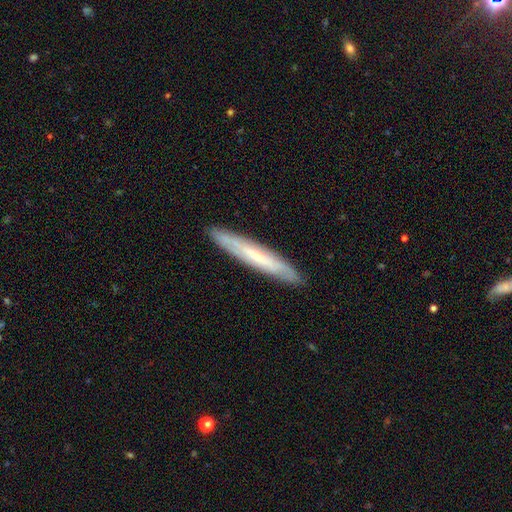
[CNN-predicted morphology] smooth-or-featured: featured or disk: 51% | smooth: 43% | star or artifact: 6%
  disk-edge-on: yes: 74% | no: 26%
  merging: none: 88% | minor disturbance: 9% | major disturbance: 2% | merger: 1%